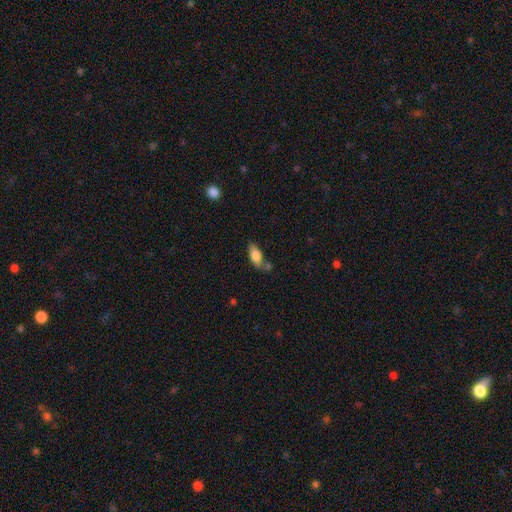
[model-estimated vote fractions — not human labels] Q: Smooth or featured?
A: smooth (76%); runner-up: featured or disk (17%)
Q: How rounded?
A: in between (81%); runner-up: cigar-shaped (16%)
Q: Merging?
A: none (57%); runner-up: minor disturbance (22%)